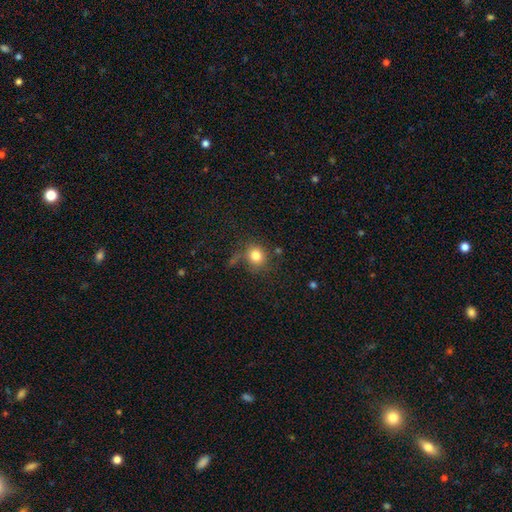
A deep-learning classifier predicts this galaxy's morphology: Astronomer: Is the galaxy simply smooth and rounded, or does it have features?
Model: smooth — 81%.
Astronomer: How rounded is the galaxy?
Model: round — 82%.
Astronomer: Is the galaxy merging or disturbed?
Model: none — 70%.